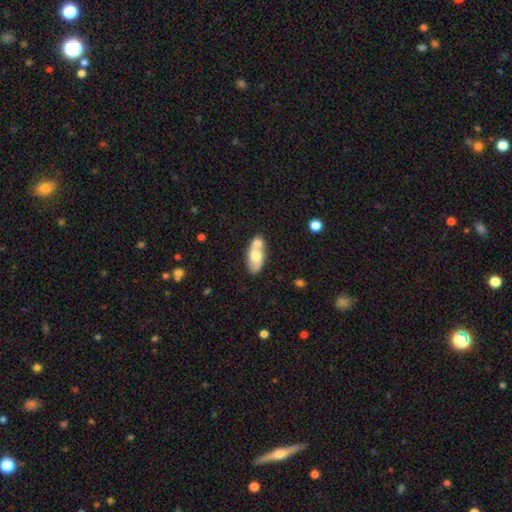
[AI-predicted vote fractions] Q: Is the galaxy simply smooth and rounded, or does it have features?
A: smooth — 54%.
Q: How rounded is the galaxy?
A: in between — 81%.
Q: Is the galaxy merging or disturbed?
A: merger — 45%.